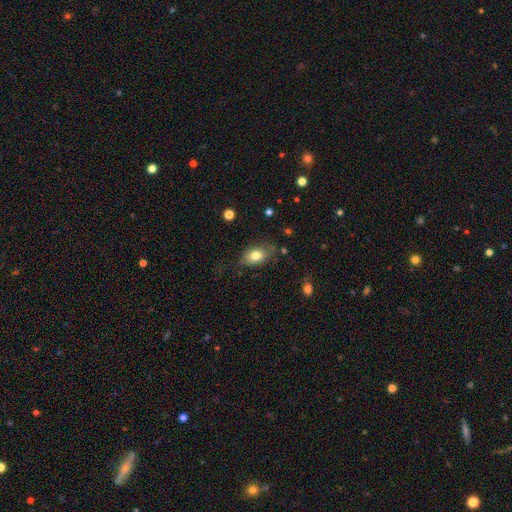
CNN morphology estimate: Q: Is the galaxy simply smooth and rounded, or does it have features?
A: smooth — 79%.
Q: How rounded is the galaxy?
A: in between — 84%.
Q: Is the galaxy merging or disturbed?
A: none — 68%.